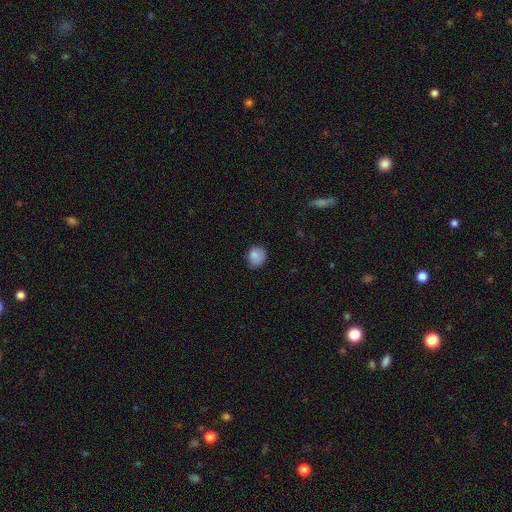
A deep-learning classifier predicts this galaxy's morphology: Smooth or featured? Predicted: smooth (p=0.85). How rounded? Predicted: round (p=0.80). Merging? Predicted: none (p=0.76).